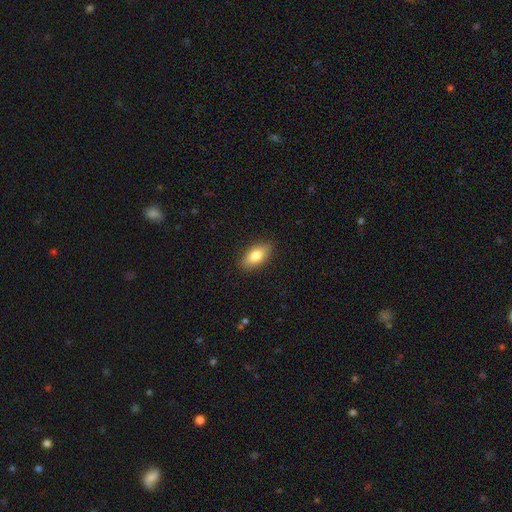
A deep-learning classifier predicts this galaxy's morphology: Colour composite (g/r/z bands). It shows a smooth galaxy with no disk features (81%) that is in between round and cigar-shaped (90%). Merging: none (88%).